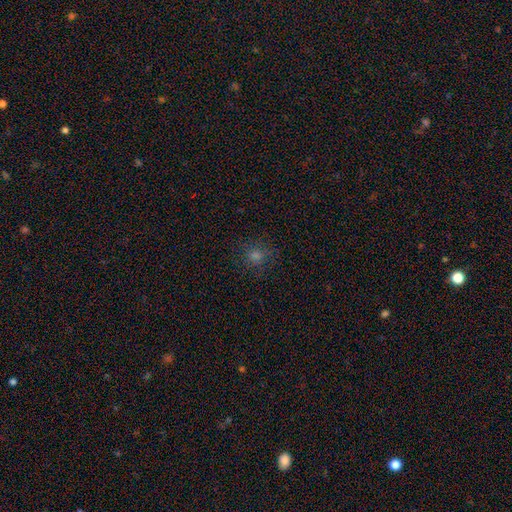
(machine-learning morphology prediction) Smooth or featured? smooth (65%)
How rounded? round (81%)
Merging? none (83%)